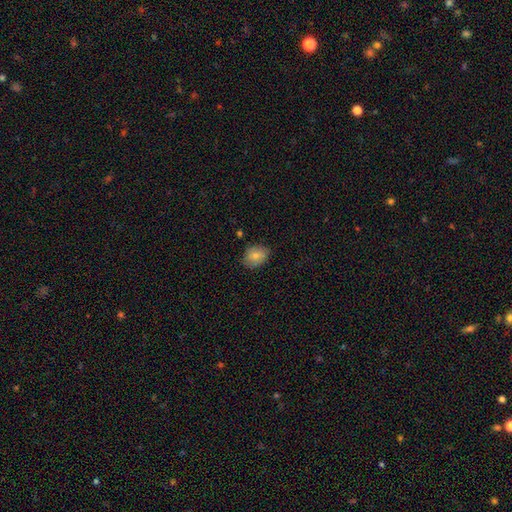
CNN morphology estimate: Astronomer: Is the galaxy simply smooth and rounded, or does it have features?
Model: smooth — 75%.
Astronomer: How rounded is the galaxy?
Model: in between — 66%.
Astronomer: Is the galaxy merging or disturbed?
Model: none — 76%.